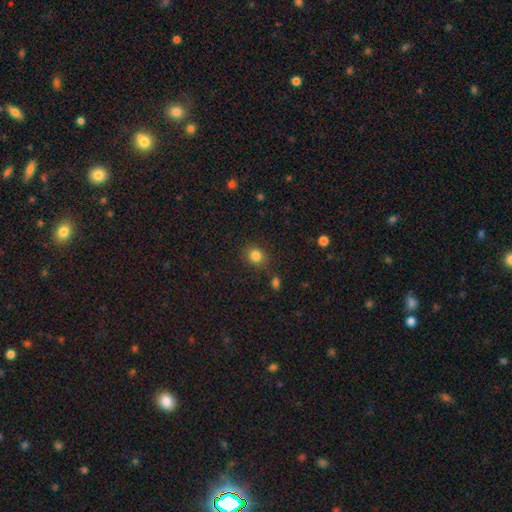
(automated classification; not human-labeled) Smooth or featured: smooth — 84% (star or artifact — 11%)
How rounded: round — 78% (in between — 21%)
Merging: none — 82% (minor disturbance — 11%)